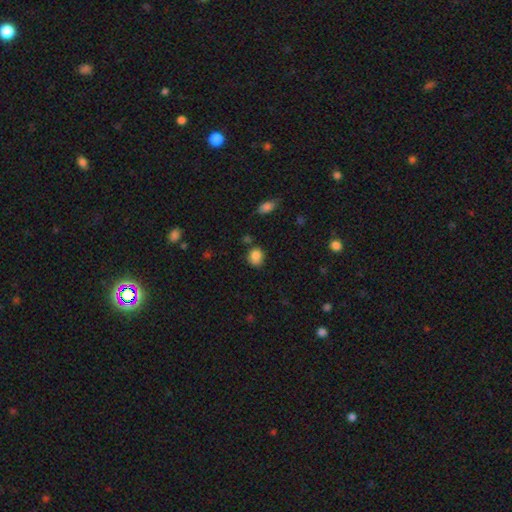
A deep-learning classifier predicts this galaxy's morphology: This appears to be a smooth galaxy with no disk features (84%) that is round (67%). Merging: none (69%).